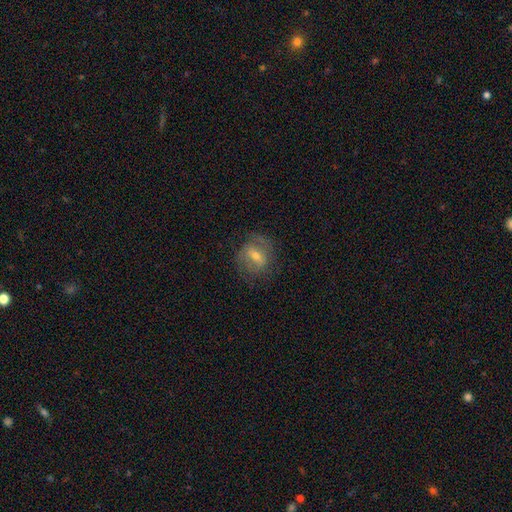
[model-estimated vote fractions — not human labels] This is possibly a featured or disk galaxy (54%). It is clearly not viewed edge-on (92%). Merging: likely none (68%).